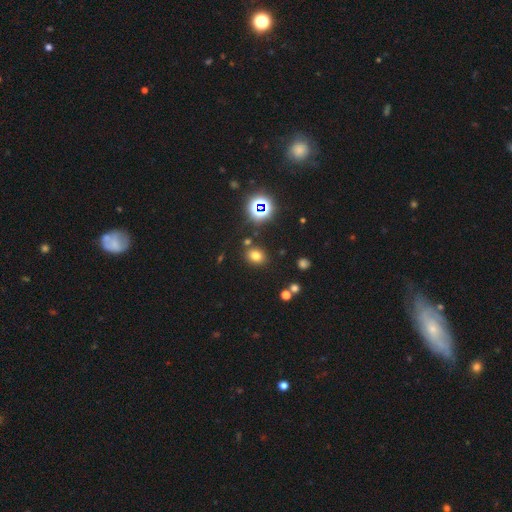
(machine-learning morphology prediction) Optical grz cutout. It shows a smooth galaxy with no disk features (71%) that is round (53%). Merging: none (81%).